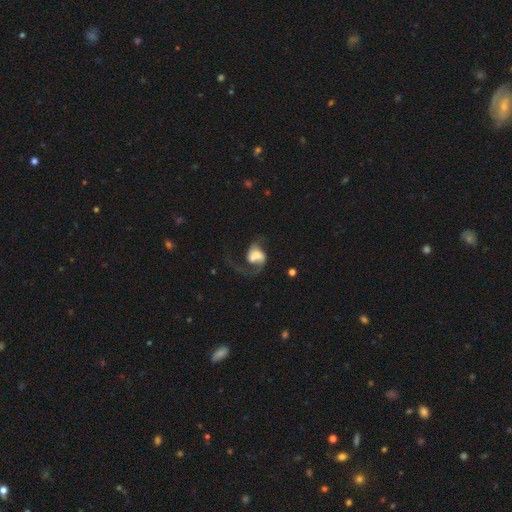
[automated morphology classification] smooth-or-featured: featured or disk: 61% | smooth: 31% | star or artifact: 9%
  disk-edge-on: no: 97% | yes: 3%
    bar: no: 60% | weak: 30% | strong: 10%
    has-spiral-arms: yes: 81% | no: 19%
    bulge-size: moderate: 30% | large: 26% | small: 20% | none: 15% | dominant: 9%
  merging: major disturbance: 39% | none: 25% | merger: 24% | minor disturbance: 12%